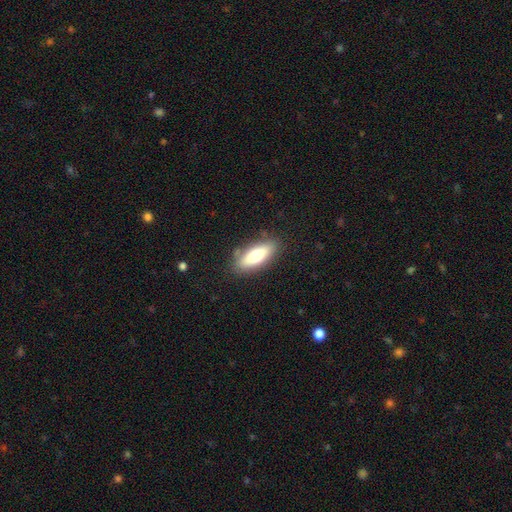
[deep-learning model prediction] smooth 72%, featured or disk 21%, star or artifact 6%. Down the decision tree: how rounded — in between (66%); merging — none (83%).